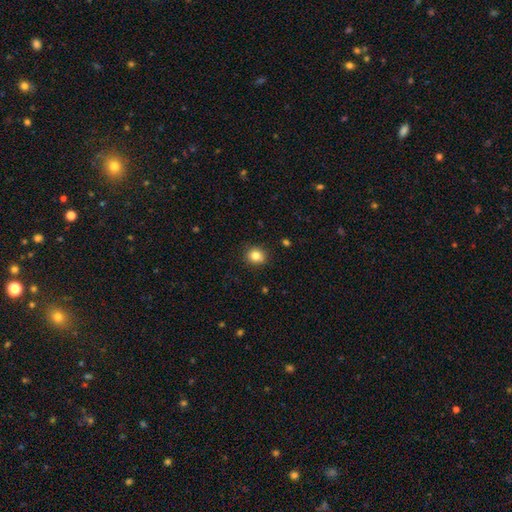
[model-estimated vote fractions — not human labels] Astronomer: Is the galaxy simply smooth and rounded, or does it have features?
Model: smooth — 83%.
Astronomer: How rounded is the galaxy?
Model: round — 80%.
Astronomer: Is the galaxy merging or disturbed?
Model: none — 88%.